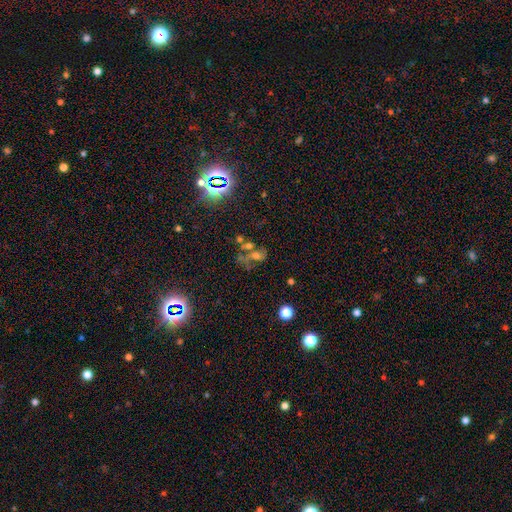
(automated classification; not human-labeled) This is marginally a star or artifact rather than a galaxy (37%).